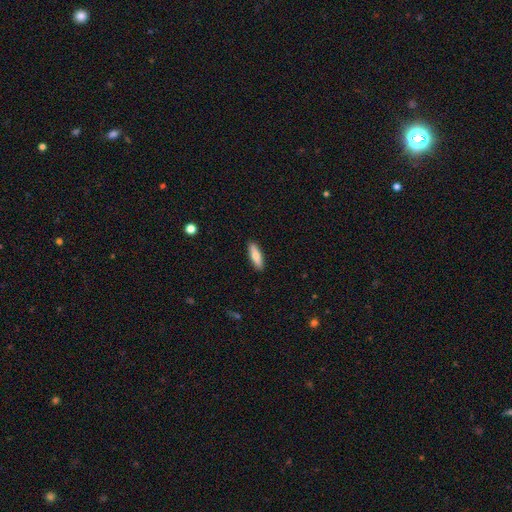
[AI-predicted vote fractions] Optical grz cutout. It shows a smooth galaxy with no disk features (74%) that is cigar-shaped (55%). Merging: none (90%).